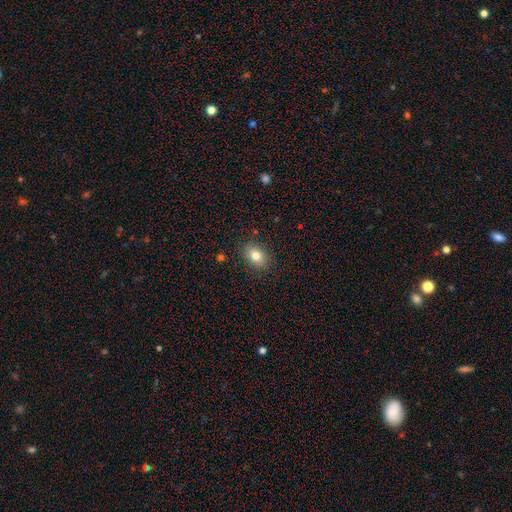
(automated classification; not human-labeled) Morphology: type=smooth (80%); roundness=in between (65%); merging=none (87%).